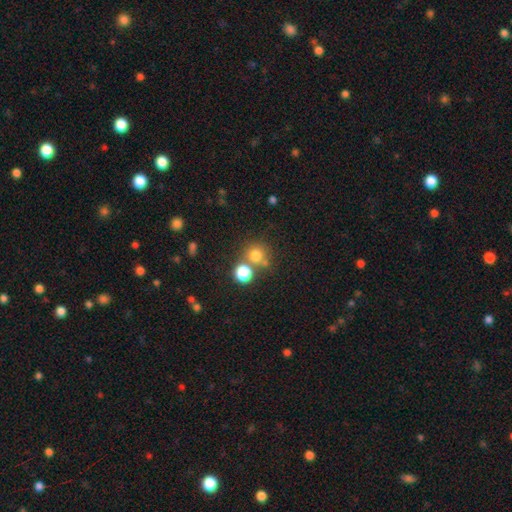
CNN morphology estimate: Smooth or featured? smooth (74%)
How rounded? round (90%)
Merging? none (64%)